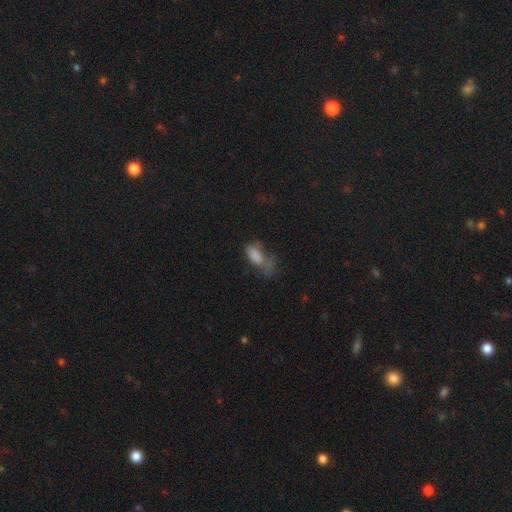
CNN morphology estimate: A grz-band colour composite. It shows a smooth galaxy with no disk features (69%) that is in between round and cigar-shaped (82%). Merging: major disturbance (40%).